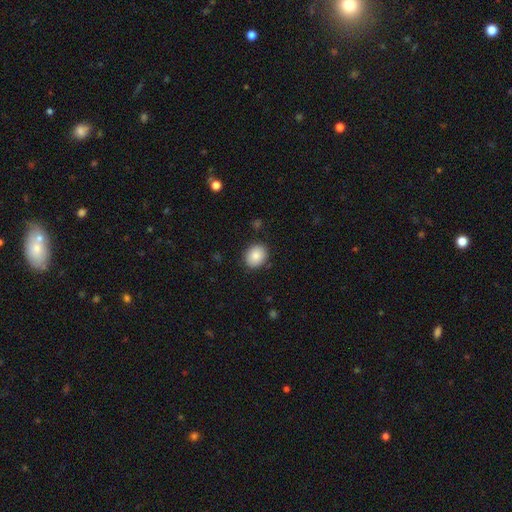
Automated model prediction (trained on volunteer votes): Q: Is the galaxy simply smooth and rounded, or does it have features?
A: smooth — 86%.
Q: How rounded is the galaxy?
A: round — 57%.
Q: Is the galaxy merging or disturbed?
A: none — 87%.